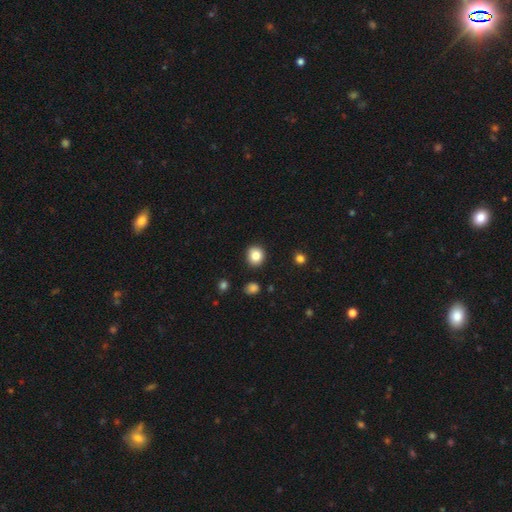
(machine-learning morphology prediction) Q: Smooth or featured?
A: smooth (85%); runner-up: star or artifact (10%)
Q: How rounded?
A: round (82%); runner-up: in between (18%)
Q: Merging?
A: none (89%); runner-up: minor disturbance (7%)